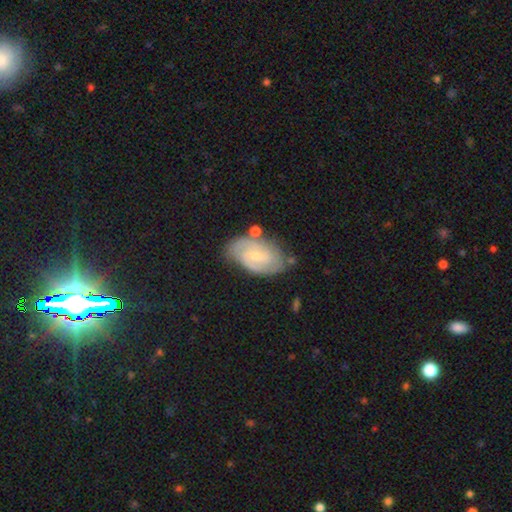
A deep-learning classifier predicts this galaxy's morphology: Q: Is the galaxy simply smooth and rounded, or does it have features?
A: featured or disk — 82%.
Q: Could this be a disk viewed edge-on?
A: no — 97%.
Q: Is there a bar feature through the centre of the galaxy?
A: weak — 49%.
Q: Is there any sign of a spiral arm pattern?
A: yes — 96%.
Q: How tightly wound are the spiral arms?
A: tight — 54%.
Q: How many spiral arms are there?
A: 2 — 76%.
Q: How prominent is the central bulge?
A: small — 69%.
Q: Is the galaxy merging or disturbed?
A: none — 70%.